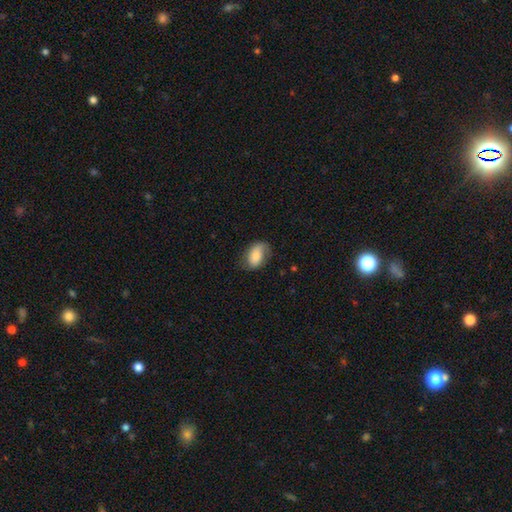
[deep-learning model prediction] Smooth or featured? Predicted: smooth (p=0.71). How rounded? Predicted: in between (p=0.88). Merging? Predicted: none (p=0.64).